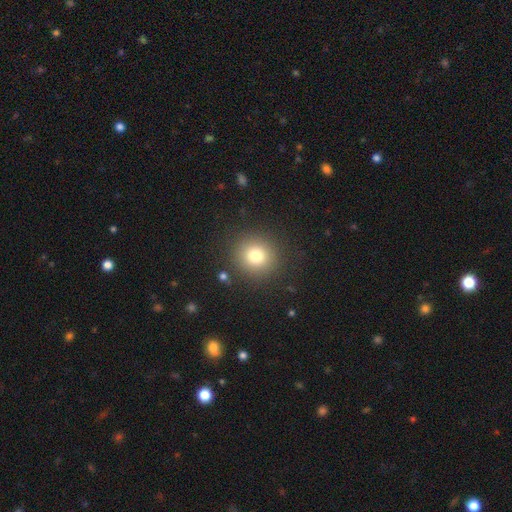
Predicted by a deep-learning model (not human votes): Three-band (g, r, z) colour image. It shows a smooth galaxy with no disk features (77%) that is round (92%). Merging: none (88%).